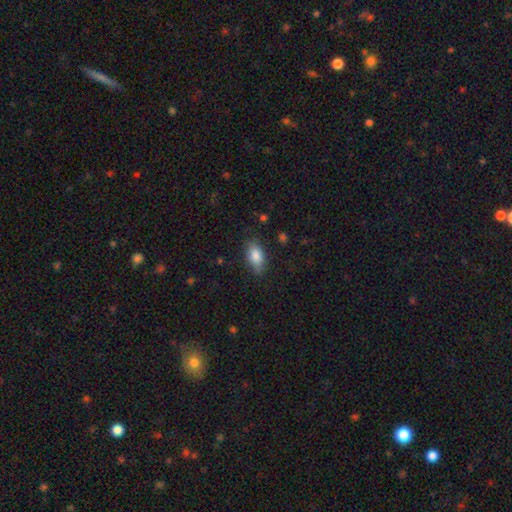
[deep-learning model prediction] Smooth or featured? Predicted: smooth (p=0.83). How rounded? Predicted: in between (p=0.89). Merging? Predicted: none (p=0.80).